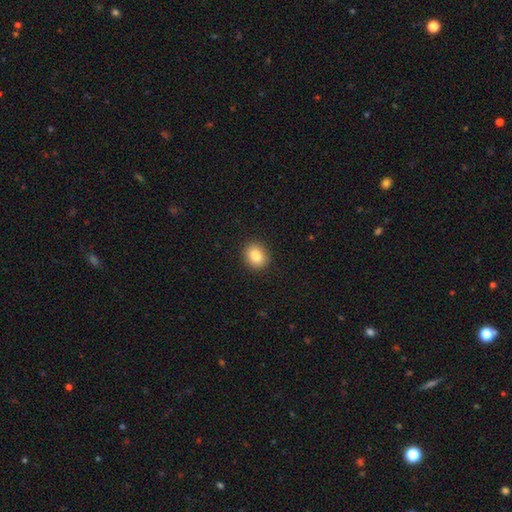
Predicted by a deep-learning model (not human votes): Morphology: type=smooth (85%); roundness=round (62%); merging=none (90%).